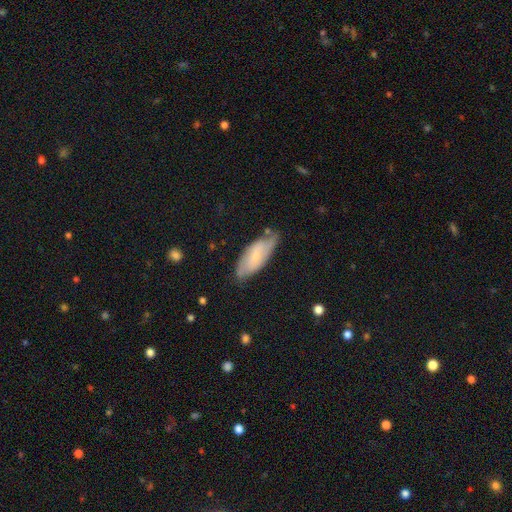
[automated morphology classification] This is possibly a smooth galaxy (49%). Merging: likely none (65%).